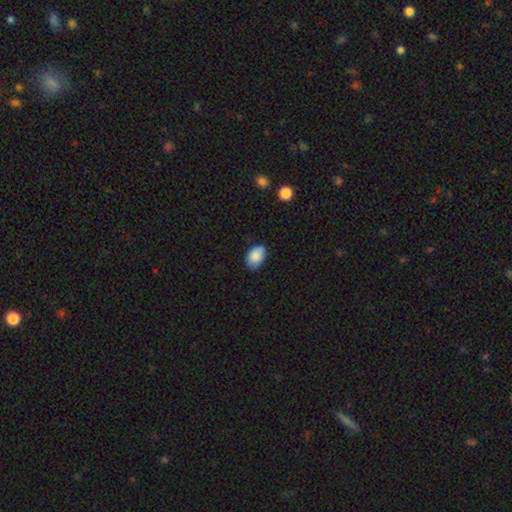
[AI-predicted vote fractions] smooth 86%, star or artifact 7%, featured or disk 7%. Down the decision tree: how rounded — in between (87%); merging — none (75%).